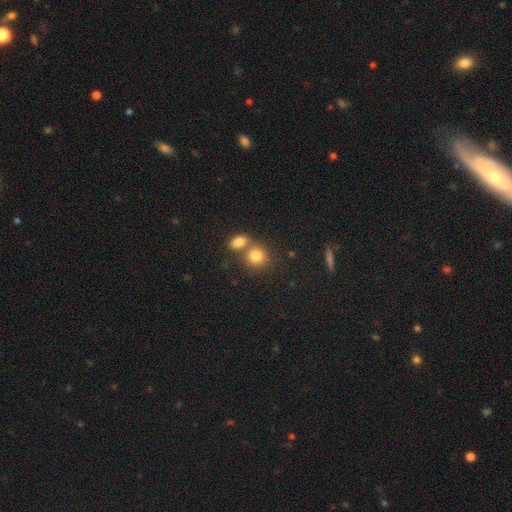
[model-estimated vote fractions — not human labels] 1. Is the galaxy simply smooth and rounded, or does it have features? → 81% smooth, 10% star or artifact, 9% featured or disk.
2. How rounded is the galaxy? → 73% round, 25% in between, 1% cigar-shaped.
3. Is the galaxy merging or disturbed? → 48% none, 40% merger, 9% minor disturbance, 3% major disturbance.